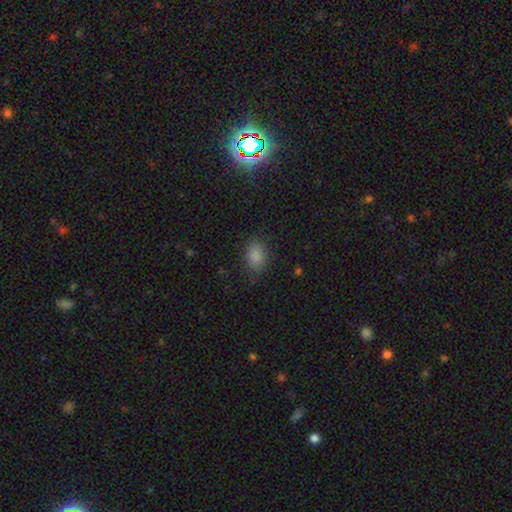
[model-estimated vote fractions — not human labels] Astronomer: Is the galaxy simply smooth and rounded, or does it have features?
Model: smooth — 86%.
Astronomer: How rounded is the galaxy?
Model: in between — 77%.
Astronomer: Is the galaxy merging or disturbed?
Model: none — 81%.